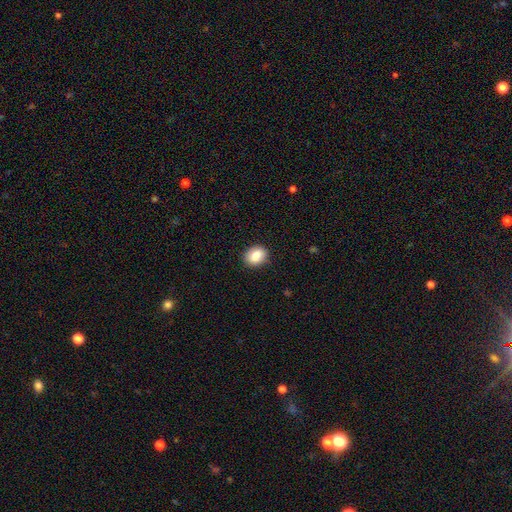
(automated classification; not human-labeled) This appears to be a smooth galaxy with no disk features (84%) that is round (55%). Merging: none (90%).